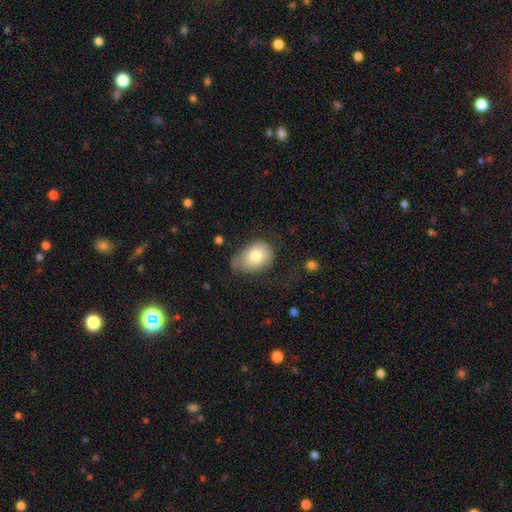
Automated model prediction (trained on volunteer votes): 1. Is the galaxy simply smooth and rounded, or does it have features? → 79% smooth, 13% featured or disk, 8% star or artifact.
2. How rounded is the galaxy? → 77% in between, 22% round, 1% cigar-shaped.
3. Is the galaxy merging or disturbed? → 41% minor disturbance, 39% none, 17% major disturbance, 2% merger.